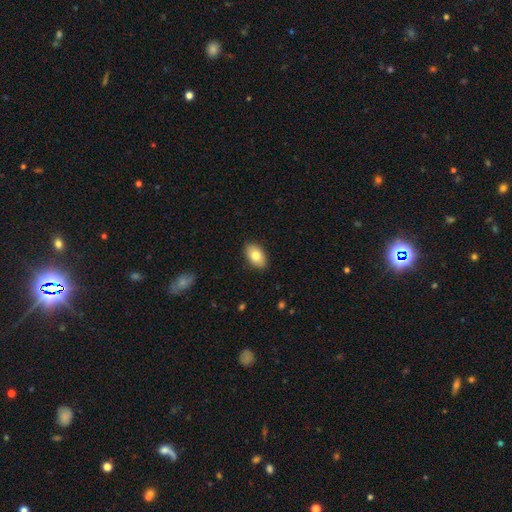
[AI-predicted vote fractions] Morphology: type=smooth (79%); roundness=in between (93%); merging=none (89%).